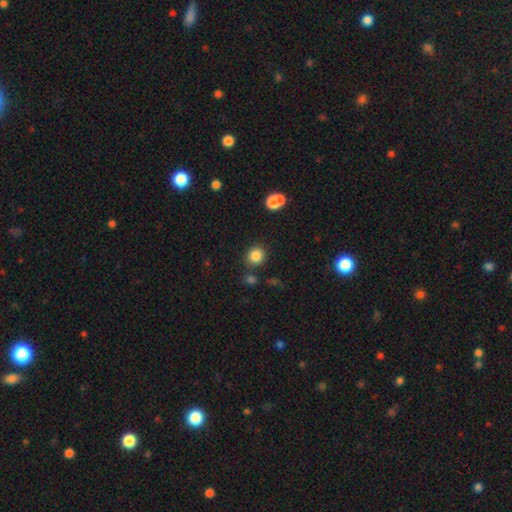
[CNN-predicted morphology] This is clearly a smooth galaxy (84%). How rounded: clearly round (82%). Merging: clearly none (82%).